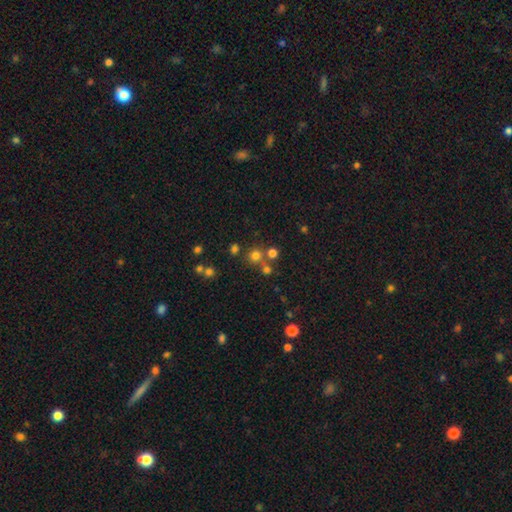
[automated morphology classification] Q: Smooth or featured?
A: smooth (67%); runner-up: star or artifact (24%)
Q: How rounded?
A: round (91%); runner-up: in between (8%)
Q: Merging?
A: none (67%); runner-up: merger (22%)